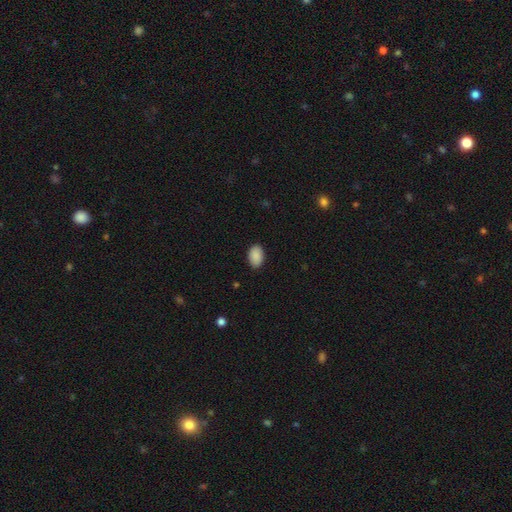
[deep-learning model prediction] Smooth or featured? smooth (90%)
How rounded? in between (90%)
Merging? none (88%)